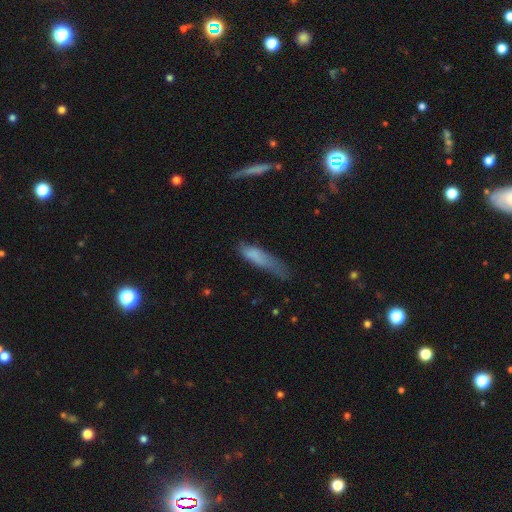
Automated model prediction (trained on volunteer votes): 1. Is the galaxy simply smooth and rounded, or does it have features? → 74% smooth, 18% featured or disk, 8% star or artifact.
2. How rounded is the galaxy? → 71% cigar-shaped, 27% in between, 2% round.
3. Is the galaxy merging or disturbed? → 37% minor disturbance, 36% none, 24% major disturbance, 4% merger.